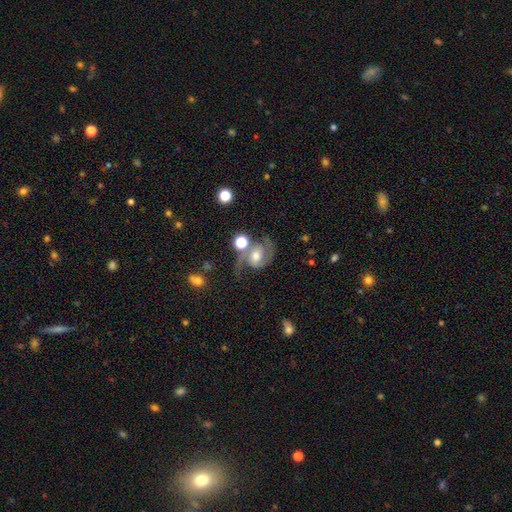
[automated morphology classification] This appears to be a featured or disk galaxy (79%) with no bar (52%), 2 (90%) medium (55%) spiral arms (95%) and a moderate central bulge (62%). Merging: none (54%).